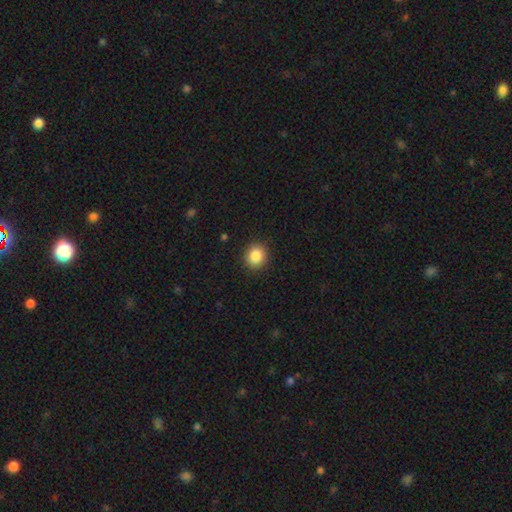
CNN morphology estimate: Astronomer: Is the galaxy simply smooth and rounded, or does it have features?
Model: smooth — 86%.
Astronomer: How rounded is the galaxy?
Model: round — 79%.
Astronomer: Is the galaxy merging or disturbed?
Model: none — 91%.